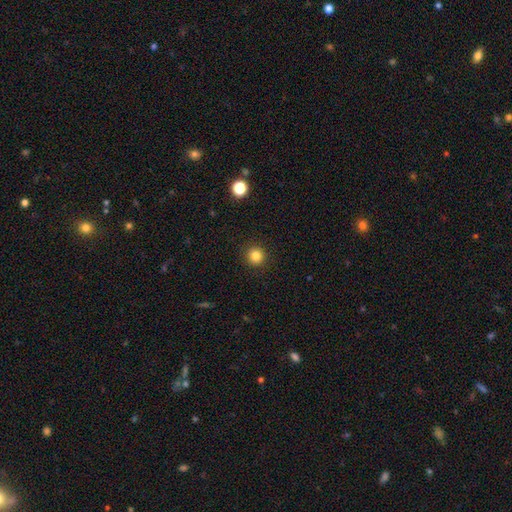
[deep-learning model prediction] smooth_or_featured: smooth (p=0.83) [alt: star or artifact p=0.12]
how_rounded: round (p=0.94) [alt: in between p=0.05]
merging: none (p=0.92) [alt: minor disturbance p=0.05]